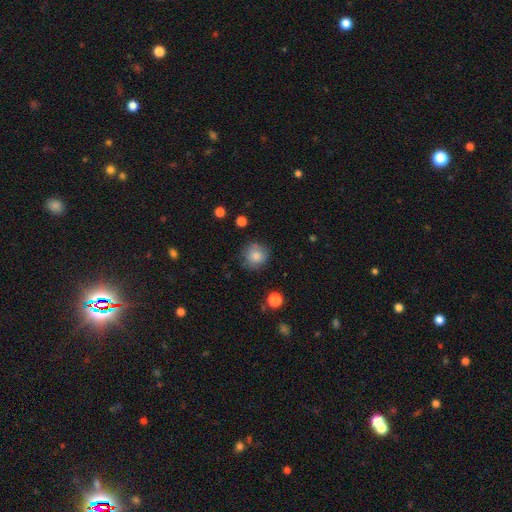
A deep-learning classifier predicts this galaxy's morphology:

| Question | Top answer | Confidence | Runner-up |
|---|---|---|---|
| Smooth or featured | smooth | 84% | star or artifact (9%) |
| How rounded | round | 89% | in between (10%) |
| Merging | none | 78% | minor disturbance (16%) |